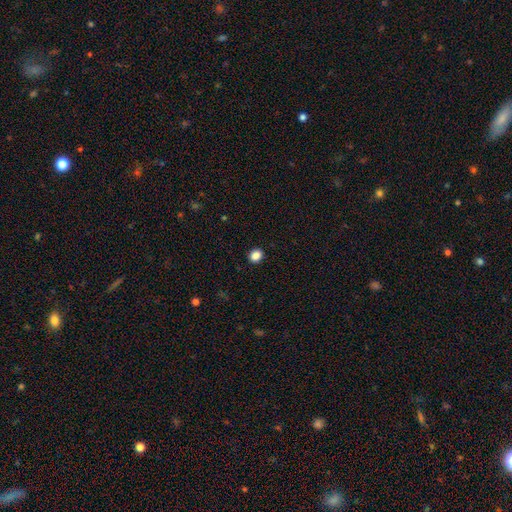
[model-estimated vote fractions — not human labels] The model was most divided on "how rounded": round: 74%, in between: 25%, cigar-shaped: 1%. More confident: merging — none (92%); smooth or featured — smooth (86%).